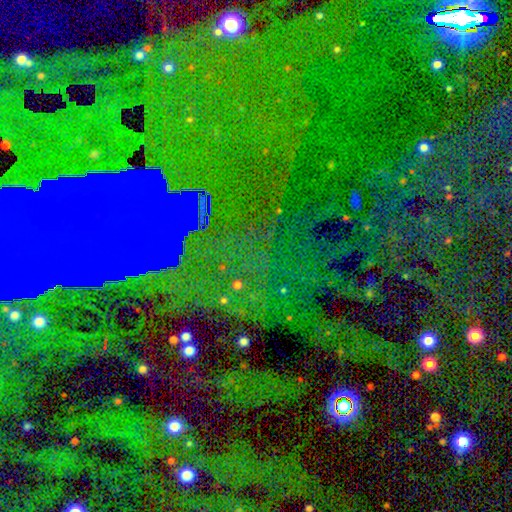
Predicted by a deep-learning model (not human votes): Smooth or featured? Predicted: star or artifact (p=0.71).